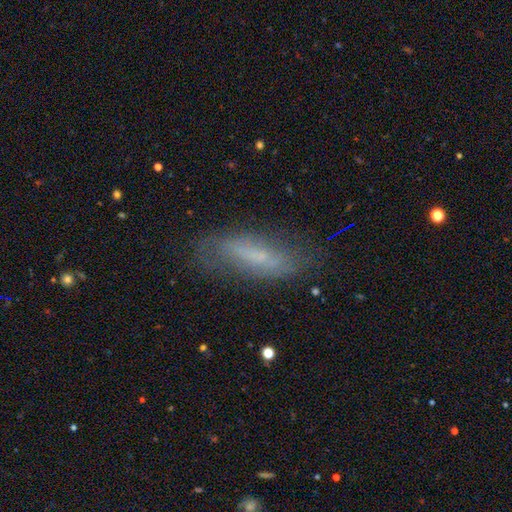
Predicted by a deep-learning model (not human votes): Overall: smooth (49%; featured or disk 41%). Merging: none (70%).